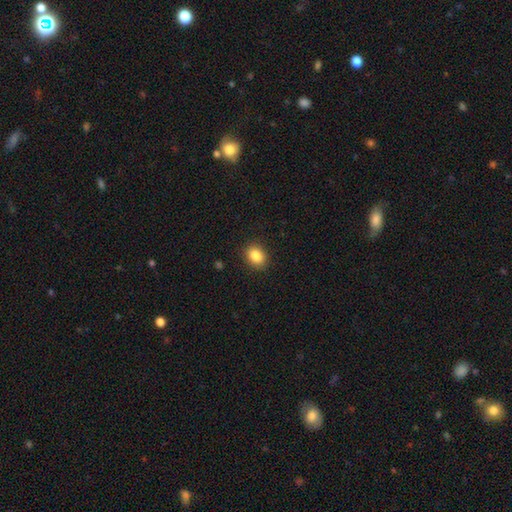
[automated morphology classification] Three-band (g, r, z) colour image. It shows a smooth galaxy with no disk features (86%) that is in between round and cigar-shaped (65%). Merging: none (89%).